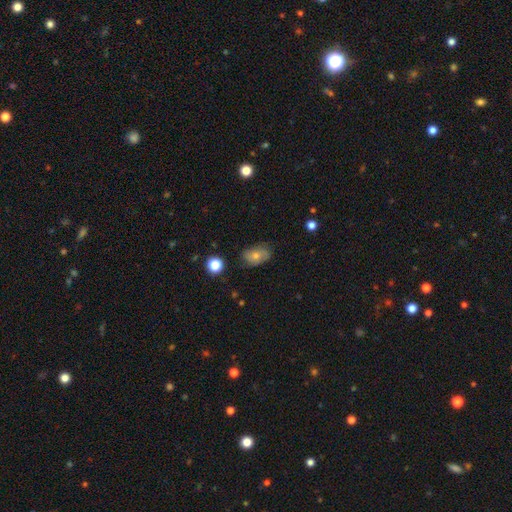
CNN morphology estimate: smooth_or_featured: smooth (p=0.50) [alt: featured or disk p=0.37]
merging: none (p=0.72) [alt: minor disturbance p=0.21]